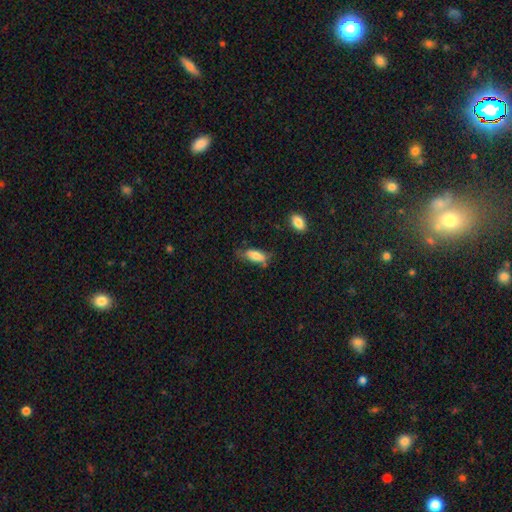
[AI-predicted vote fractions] The model was most divided on "merging": none: 54%, minor disturbance: 32%, major disturbance: 11%, merger: 4%. More confident: smooth or featured — smooth (78%); how rounded — in between (72%).